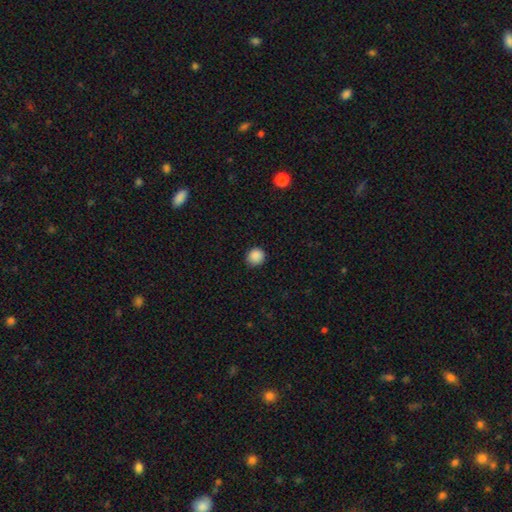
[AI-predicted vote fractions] Smooth or featured?
  - smooth: 88% *
  - star or artifact: 9%
  - featured or disk: 2%
How rounded?
  - round: 91% *
  - in between: 8%
  - cigar-shaped: 1%
Merging?
  - none: 88% *
  - minor disturbance: 9%
  - major disturbance: 2%
  - merger: 1%